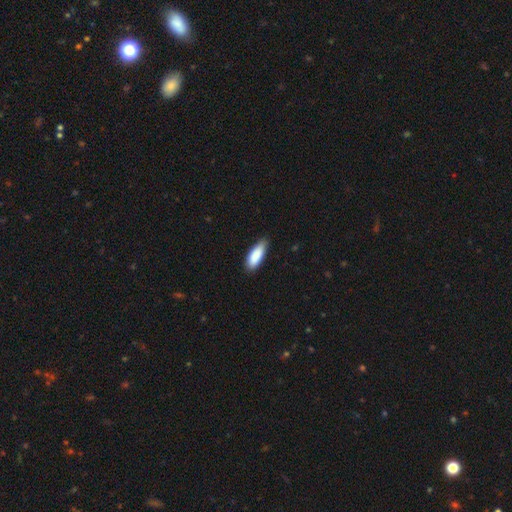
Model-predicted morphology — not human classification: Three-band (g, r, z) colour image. It shows a smooth galaxy with no disk features (89%) that is in between round and cigar-shaped (72%). Merging: none (77%).